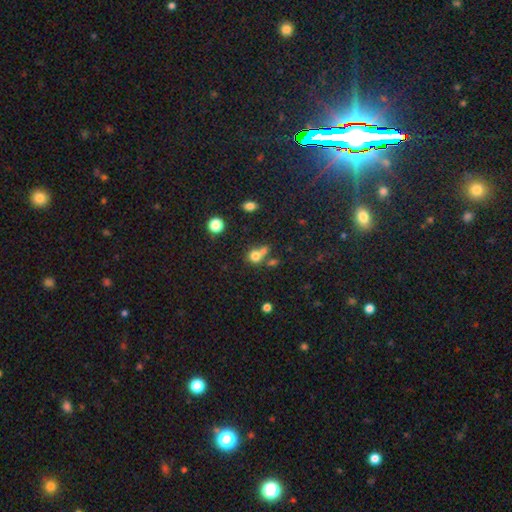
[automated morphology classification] Smooth or featured?
  - smooth: 74% *
  - star or artifact: 15%
  - featured or disk: 11%
How rounded?
  - round: 74% *
  - in between: 24%
  - cigar-shaped: 2%
Merging?
  - merger: 43% *
  - none: 38%
  - minor disturbance: 11%
  - major disturbance: 7%